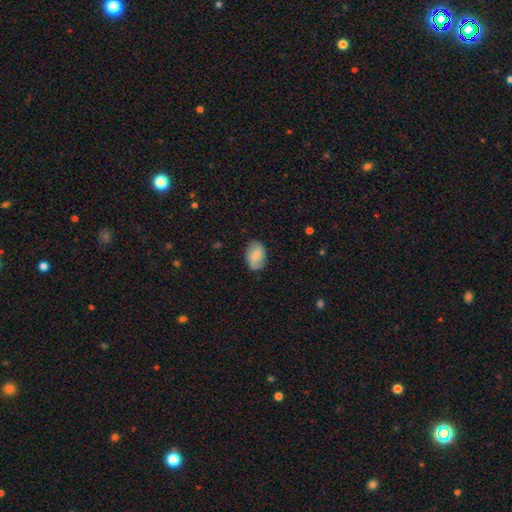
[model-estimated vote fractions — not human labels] Q: Smooth or featured?
A: smooth (73%); runner-up: featured or disk (20%)
Q: How rounded?
A: in between (86%); runner-up: round (12%)
Q: Merging?
A: none (80%); runner-up: minor disturbance (15%)